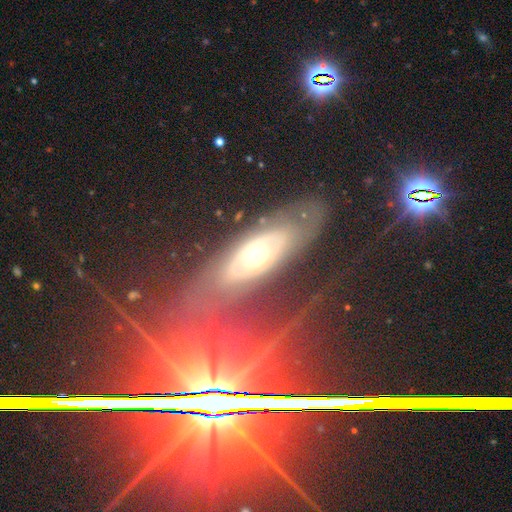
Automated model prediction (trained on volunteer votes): Q: Smooth or featured?
A: featured or disk (64%); runner-up: smooth (28%)
Q: Edge-on disk?
A: no (80%); runner-up: yes (20%)
Q: Bar?
A: no (75%); runner-up: weak (17%)
Q: Spiral arms?
A: no (60%); runner-up: yes (40%)
Q: Bulge size?
A: moderate (65%); runner-up: small (20%)
Q: Merging?
A: none (63%); runner-up: minor disturbance (15%)